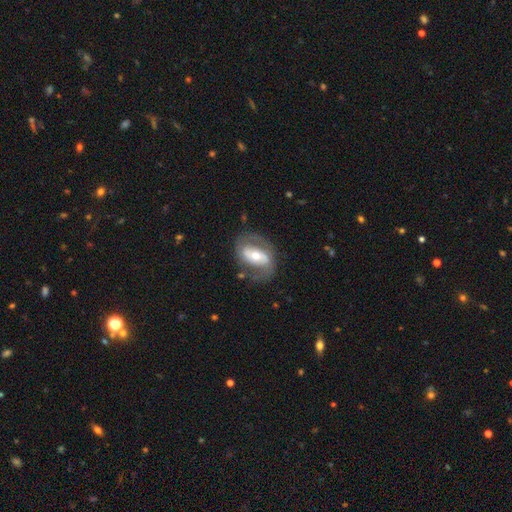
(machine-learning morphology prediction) featured or disk 73%, smooth 22%, star or artifact 5%. Down the decision tree: edge-on disk — no (95%); bar — strong (40%); spiral arms — yes (73%); spiral arm count — 2 (83%); spiral winding — medium (45%); bulge size — moderate (60%); merging — none (69%).